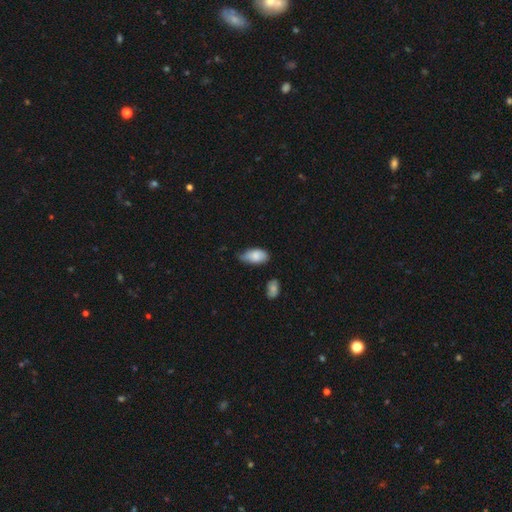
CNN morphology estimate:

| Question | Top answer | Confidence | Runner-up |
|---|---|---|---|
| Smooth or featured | smooth | 81% | featured or disk (13%) |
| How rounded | in between | 92% | cigar-shaped (4%) |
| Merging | minor disturbance | 48% | none (39%) |